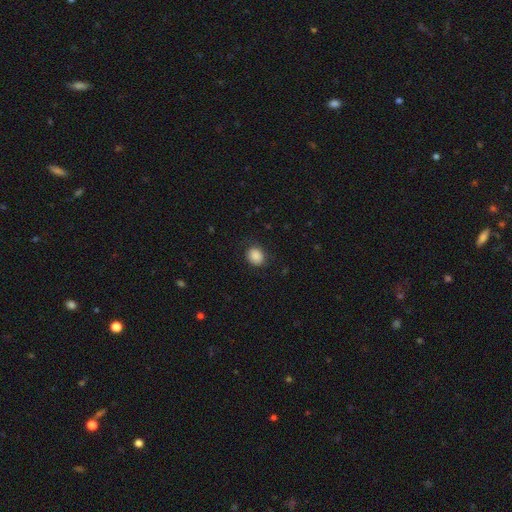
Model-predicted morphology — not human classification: A smooth galaxy with no disk features (88%) that is round (63%).

Vote fractions:
- Smooth or featured? smooth: 88% / star or artifact: 8% / featured or disk: 4%
- How rounded? round: 63% / in between: 36% / cigar-shaped: 1%
- Merging? none: 81% / minor disturbance: 13% / major disturbance: 5% / merger: 1%